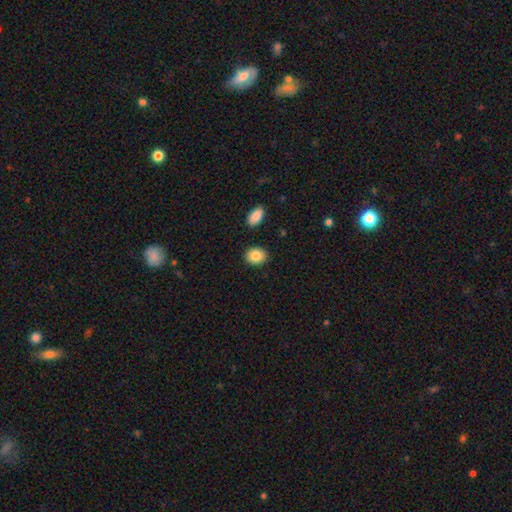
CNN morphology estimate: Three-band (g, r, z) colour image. It shows a smooth galaxy with no disk features (86%) that is round (53%). Merging: none (89%).